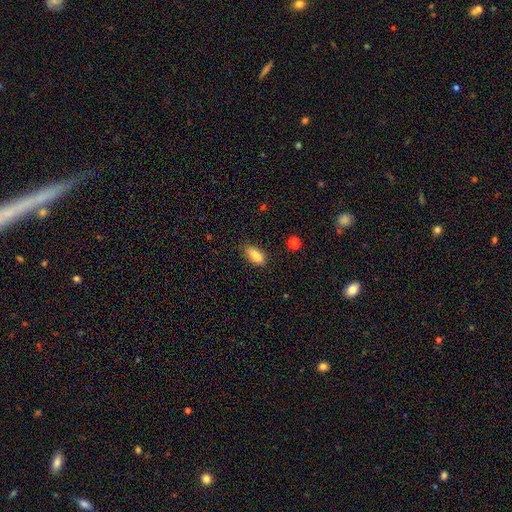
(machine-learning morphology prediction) smooth-or-featured: smooth: 81% | featured or disk: 12% | star or artifact: 8%
  how-rounded: in between: 84% | cigar-shaped: 13% | round: 3%
  merging: none: 82% | minor disturbance: 14% | major disturbance: 3% | merger: 1%